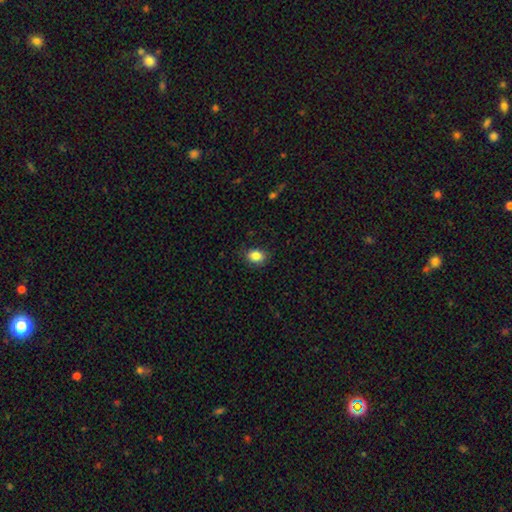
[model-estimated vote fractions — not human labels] Smooth or featured: smooth — 86% (star or artifact — 10%)
How rounded: in between — 59% (round — 40%)
Merging: none — 85% (minor disturbance — 11%)